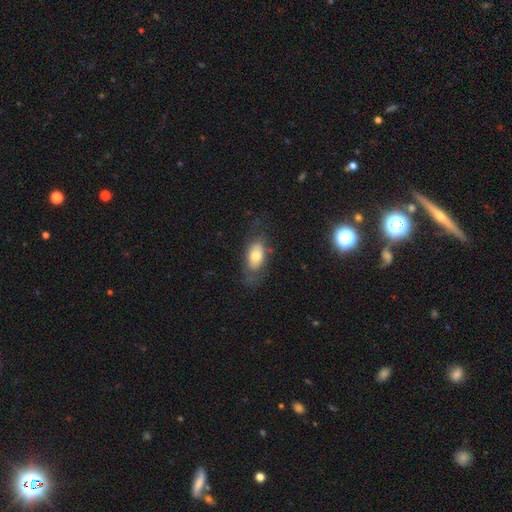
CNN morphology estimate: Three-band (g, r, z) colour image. It shows a smooth galaxy with no disk features (67%) that is in between round and cigar-shaped (89%). Merging: none (65%).